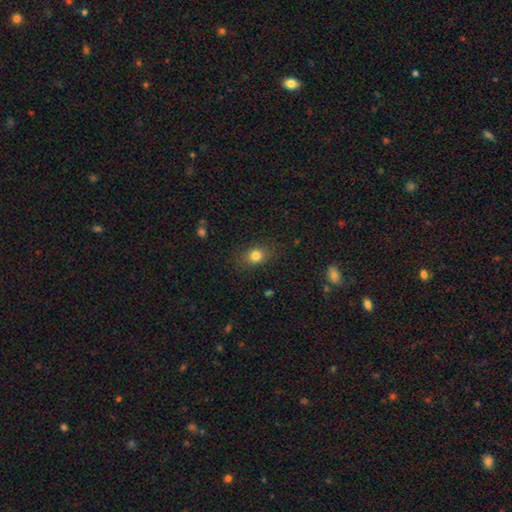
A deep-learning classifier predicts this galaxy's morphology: This appears to be a smooth galaxy with no disk features (81%) that is in between round and cigar-shaped (50%). Merging: none (82%).